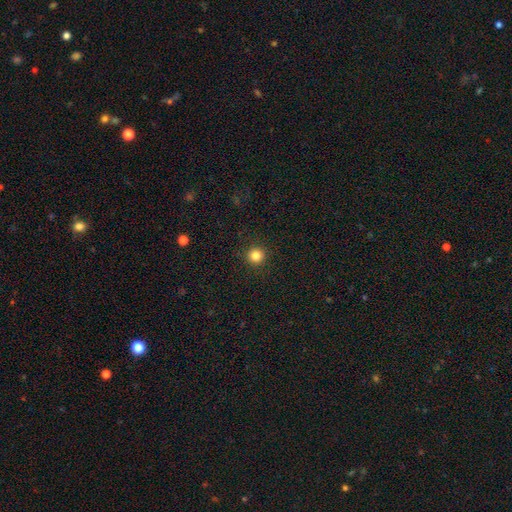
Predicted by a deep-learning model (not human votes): smooth 83%, star or artifact 13%, featured or disk 5%. Down the decision tree: how rounded — round (96%); merging — none (93%).